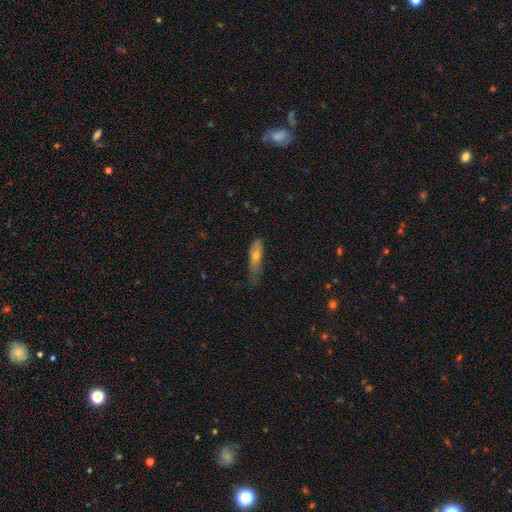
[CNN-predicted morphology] A smooth galaxy with no disk features (60%) that is cigar-shaped (53%).

Vote fractions:
- Smooth or featured? smooth: 60% / featured or disk: 32% / star or artifact: 8%
- How rounded? cigar-shaped: 53% / in between: 44% / round: 3%
- Merging? none: 45% / minor disturbance: 37% / major disturbance: 16% / merger: 2%